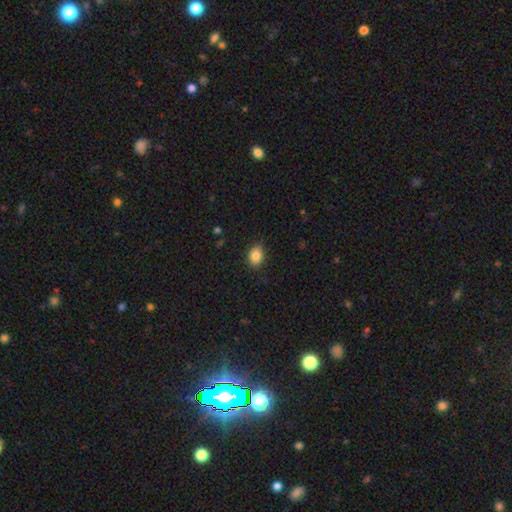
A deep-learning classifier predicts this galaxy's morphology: This appears to be a smooth galaxy with no disk features (84%) that is in between round and cigar-shaped (58%). Merging: none (80%).